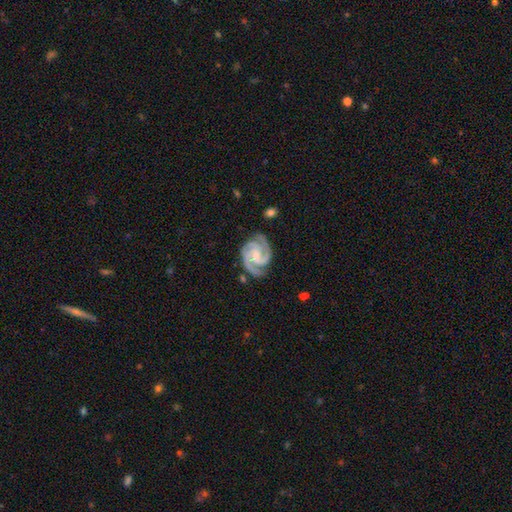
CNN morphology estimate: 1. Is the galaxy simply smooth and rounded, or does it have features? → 94% featured or disk, 3% star or artifact, 3% smooth.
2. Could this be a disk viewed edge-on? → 98% no, 2% yes.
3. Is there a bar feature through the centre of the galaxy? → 43% weak, 41% no, 16% strong.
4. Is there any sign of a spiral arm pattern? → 99% yes, 1% no.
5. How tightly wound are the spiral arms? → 57% tight, 39% medium, 4% loose.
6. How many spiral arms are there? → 52% 3, 35% 2, 5% 4, 3% can't tell, 3% 1, 3% more than 4.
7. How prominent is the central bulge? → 55% small, 33% moderate, 9% none, 2% large, 1% dominant.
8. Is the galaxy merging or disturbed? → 77% none, 17% minor disturbance, 5% major disturbance, 2% merger.